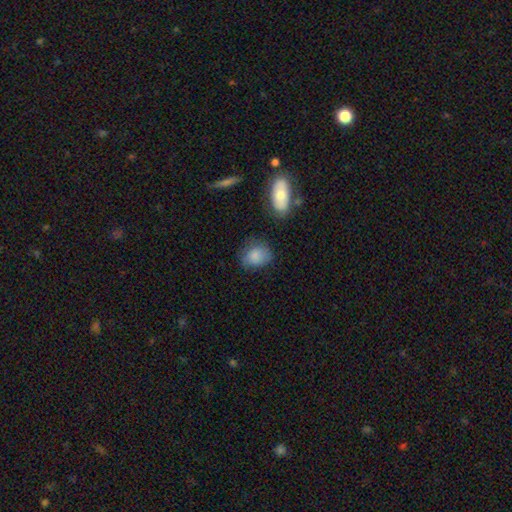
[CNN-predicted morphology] type=smooth (84%); roundness=in between (52%); merging=none (63%).